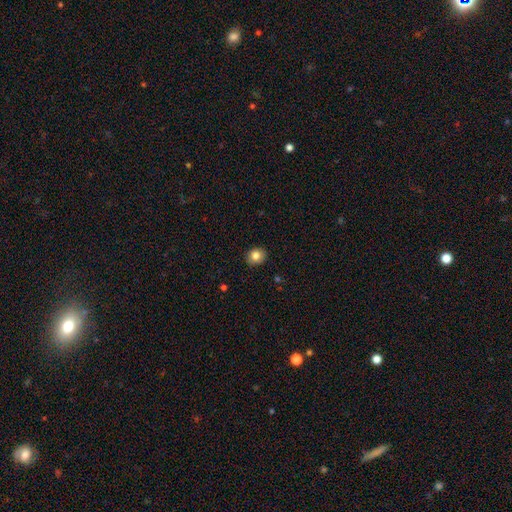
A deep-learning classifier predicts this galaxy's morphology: Smooth or featured: smooth — 82% (star or artifact — 10%)
How rounded: round — 67% (in between — 32%)
Merging: none — 90% (minor disturbance — 7%)